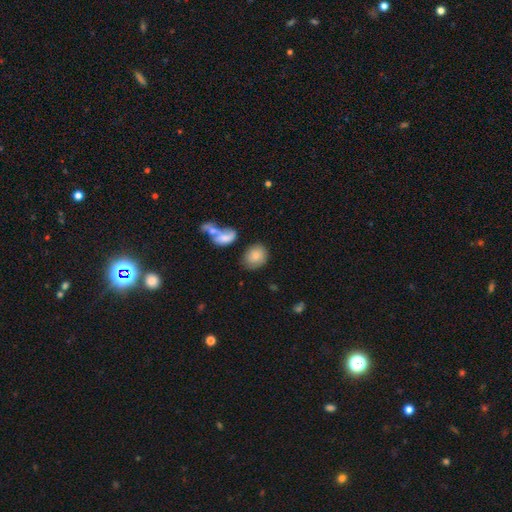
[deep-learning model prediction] Morphology: type=smooth (79%); roundness=round (51%); merging=none (67%).